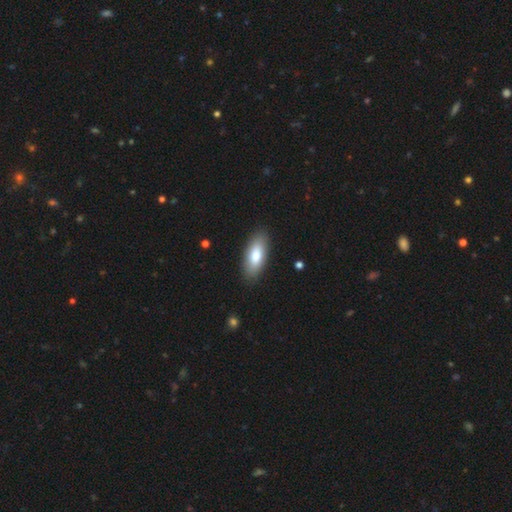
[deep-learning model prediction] A smooth galaxy with no disk features (77%) that is in between round and cigar-shaped (81%). Merging: none (88%).